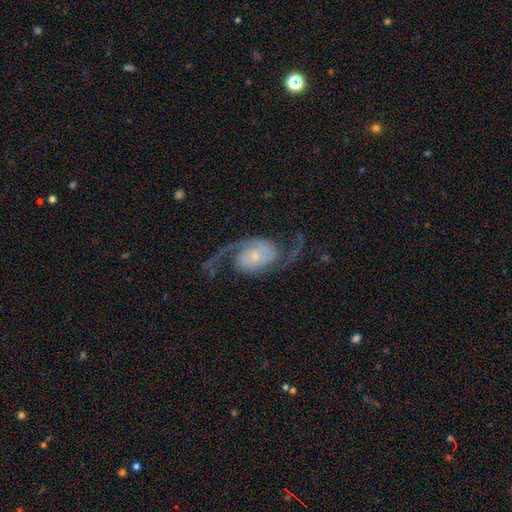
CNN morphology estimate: A featured or disk galaxy (90%) with no bar (66%), 2 (93%) loose (52%) spiral arms (98%) and a small central bulge (65%).

Vote fractions:
- Smooth or featured? featured or disk: 90% / smooth: 5% / star or artifact: 5%
- Edge-on disk? no: 97% / yes: 3%
- Bar? no: 66% / weak: 26% / strong: 9%
- Spiral arms? yes: 98% / no: 2%
- Spiral winding? loose: 52% / medium: 38% / tight: 10%
- Spiral arm count? 2: 93% / 1: 2% / can't tell: 2% / 3: 1% / 4: 1% / more than 4: 1%
- Bulge size? small: 65% / moderate: 22% / none: 6% / large: 5% / dominant: 3%
- Merging? none: 70% / minor disturbance: 15% / major disturbance: 14% / merger: 2%